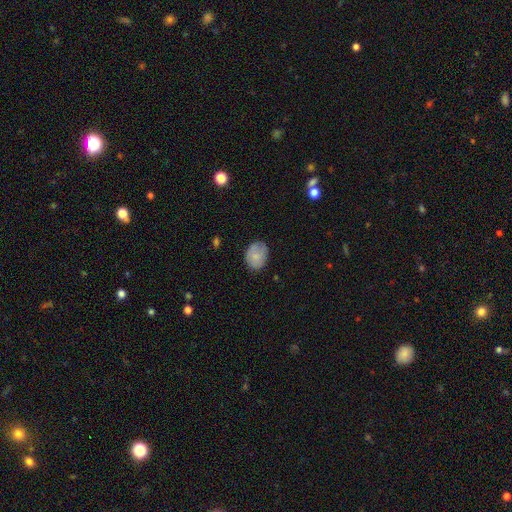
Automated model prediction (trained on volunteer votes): This appears to be a smooth galaxy with no disk features (77%) that is in between round and cigar-shaped (63%). Merging: none (75%).